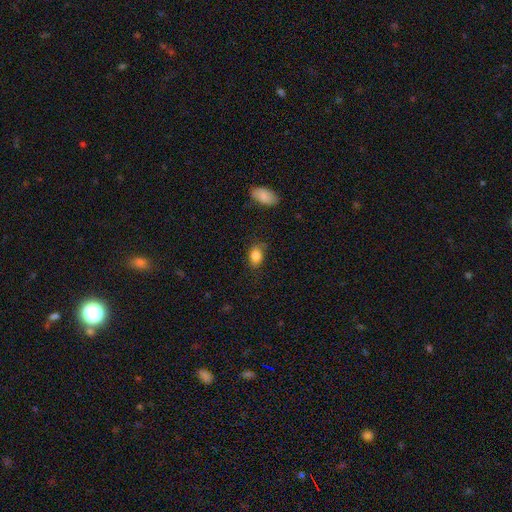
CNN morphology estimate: This is clearly a smooth galaxy (85%). How rounded: clearly in between (82%). Merging: likely none (74%).